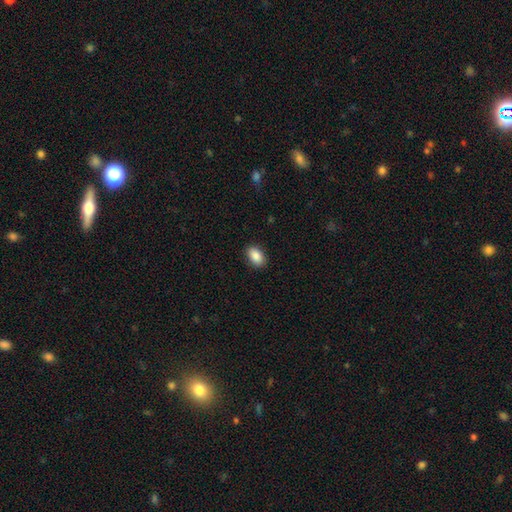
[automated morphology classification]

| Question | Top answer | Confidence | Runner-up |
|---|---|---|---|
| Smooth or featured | smooth | 89% | star or artifact (7%) |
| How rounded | in between | 90% | round (9%) |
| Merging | none | 89% | minor disturbance (8%) |